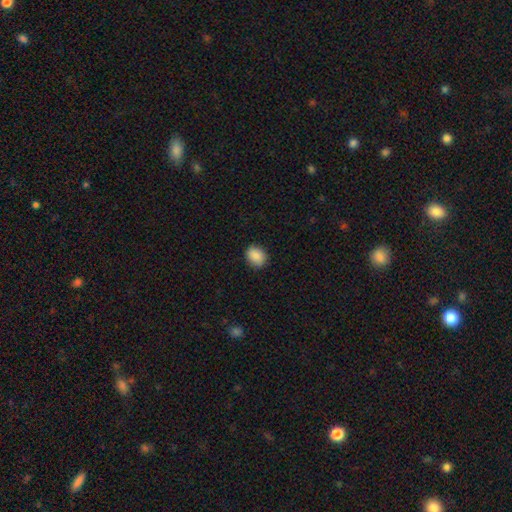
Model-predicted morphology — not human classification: Smooth or featured? Predicted: smooth (p=0.88). How rounded? Predicted: round (p=0.54). Merging? Predicted: none (p=0.87).